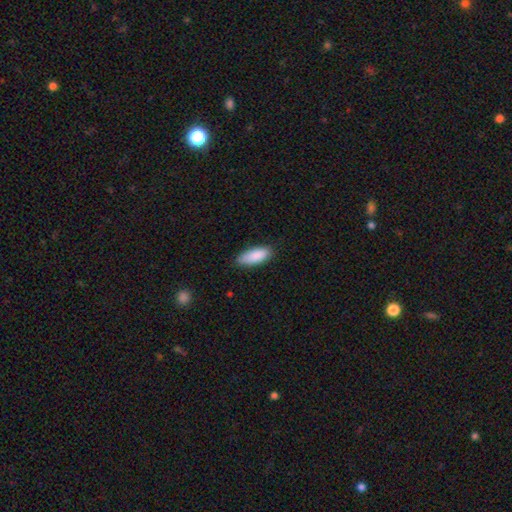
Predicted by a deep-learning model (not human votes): Smooth or featured?
  - smooth: 89% *
  - star or artifact: 6%
  - featured or disk: 5%
How rounded?
  - in between: 77% *
  - cigar-shaped: 21%
  - round: 2%
Merging?
  - none: 83% *
  - minor disturbance: 14%
  - major disturbance: 2%
  - merger: 1%